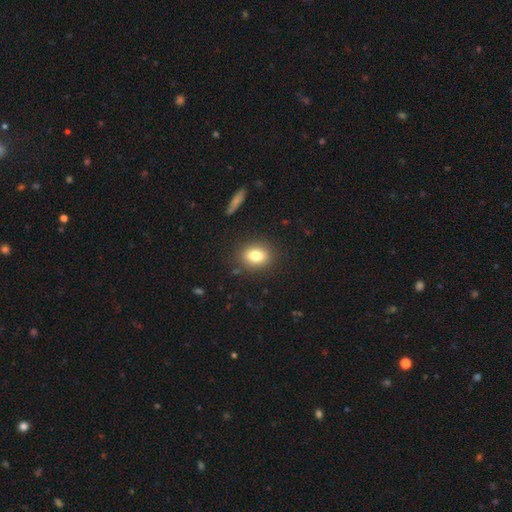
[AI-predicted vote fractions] Q: Smooth or featured?
A: smooth (79%); runner-up: star or artifact (11%)
Q: How rounded?
A: round (52%); runner-up: in between (46%)
Q: Merging?
A: none (86%); runner-up: minor disturbance (9%)